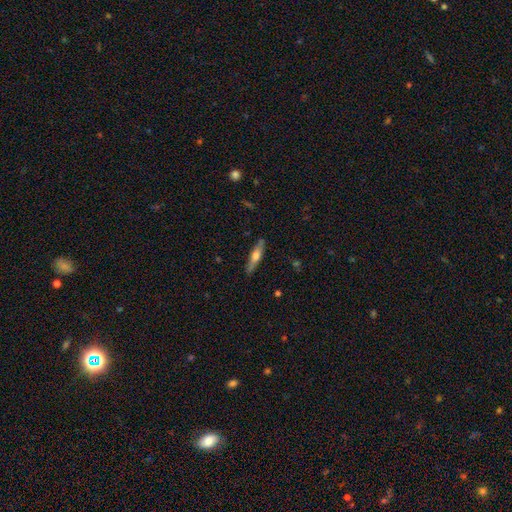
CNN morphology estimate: This appears to be a smooth galaxy with no disk features (49%). Merging: none (86%).